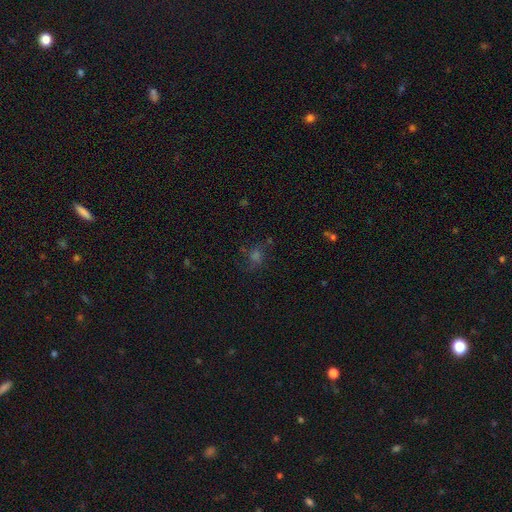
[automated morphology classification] Overall: star or artifact (41%; smooth 33%).